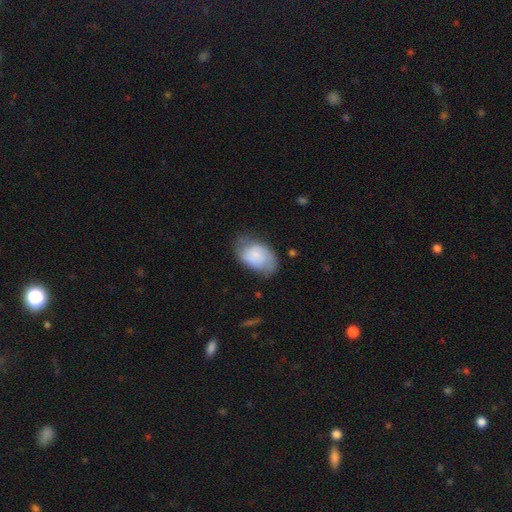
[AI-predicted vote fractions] Smooth or featured? smooth (63%)
How rounded? in between (88%)
Merging? none (58%)